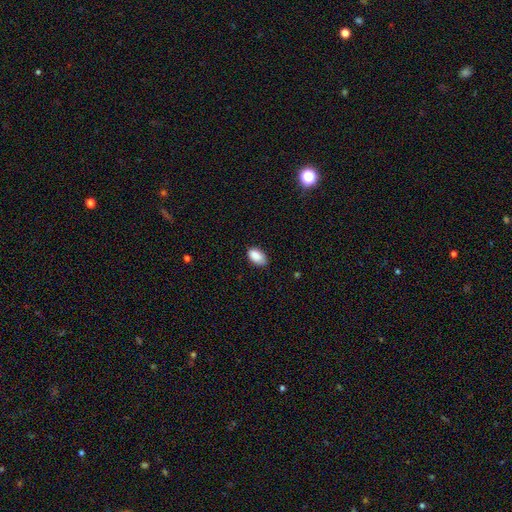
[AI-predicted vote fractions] Morphology: type=smooth (89%); roundness=in between (93%); merging=none (80%).